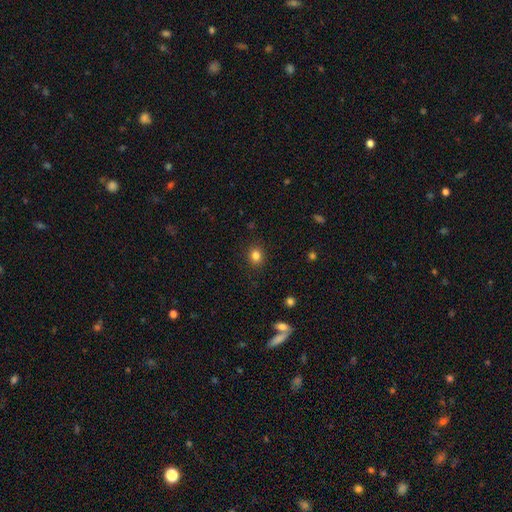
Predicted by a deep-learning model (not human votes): This appears to be a smooth galaxy with no disk features (83%) that is round (70%). Merging: none (88%).